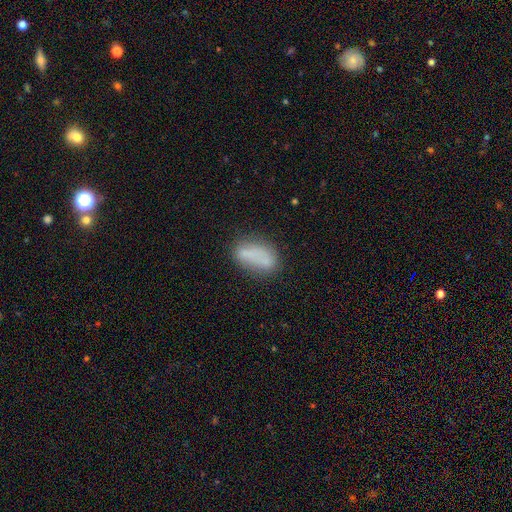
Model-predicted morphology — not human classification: Smooth or featured: smooth — 69% (featured or disk — 21%)
How rounded: in between — 86% (cigar-shaped — 8%)
Merging: none — 54% (minor disturbance — 21%)